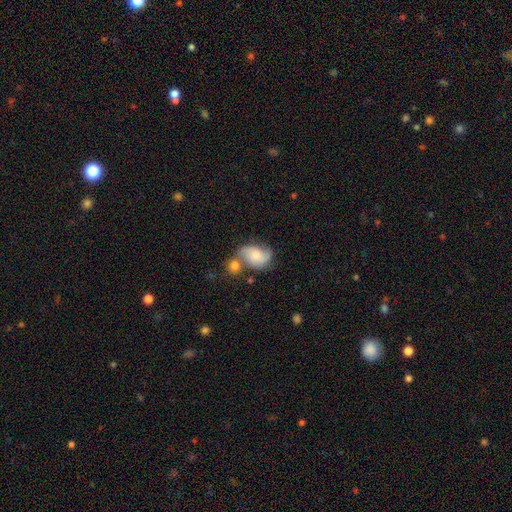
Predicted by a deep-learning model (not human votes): Smooth or featured? featured or disk (50%)
Merging? none (39%)